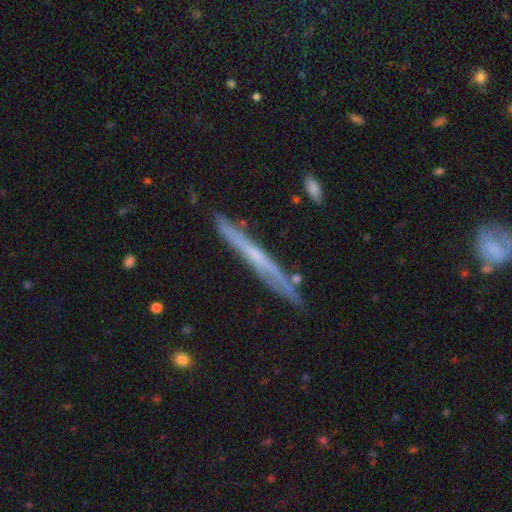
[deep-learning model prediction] A featured or disk galaxy (63%) viewed edge-on (93%) with no central bulge (72%).

Vote fractions:
- Smooth or featured? featured or disk: 63% / smooth: 30% / star or artifact: 7%
- Edge-on disk? yes: 93% / no: 7%
- Edge-on bulge? none: 72% / rounded: 21% / boxy: 6%
- Merging? none: 81% / minor disturbance: 14% / major disturbance: 2% / merger: 2%